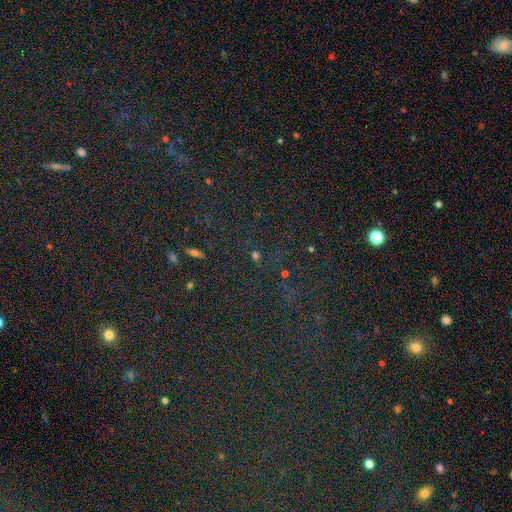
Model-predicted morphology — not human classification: This appears to be a star or artifact, not a galaxy (67%).